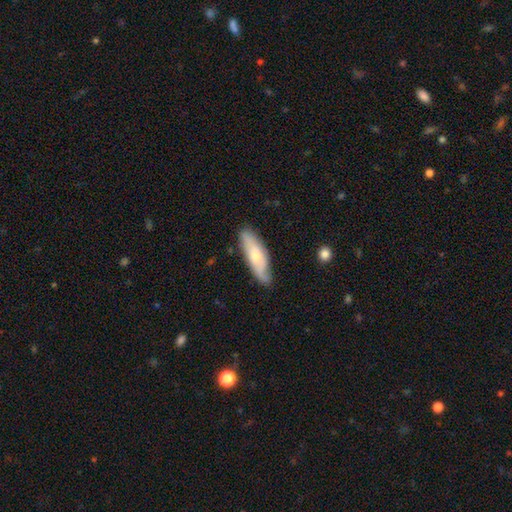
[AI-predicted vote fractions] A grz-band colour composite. It shows a smooth galaxy with no disk features (57%) that is cigar-shaped (50%). Merging: none (74%).